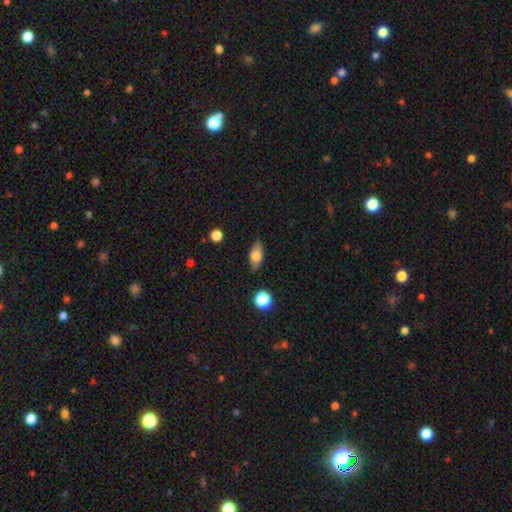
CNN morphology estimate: Q: Smooth or featured?
A: smooth (75%); runner-up: featured or disk (17%)
Q: How rounded?
A: in between (85%); runner-up: cigar-shaped (8%)
Q: Merging?
A: none (84%); runner-up: minor disturbance (12%)